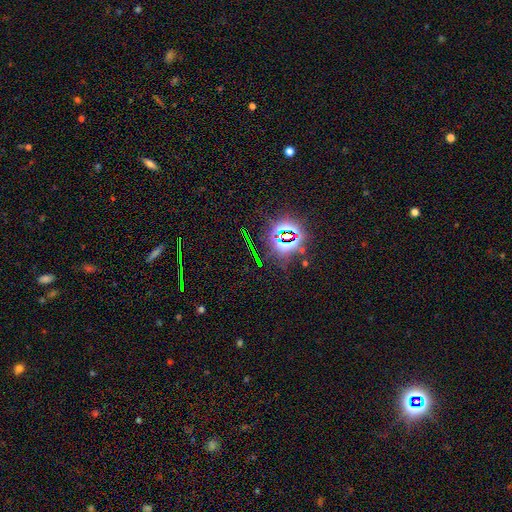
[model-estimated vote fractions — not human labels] Q: Smooth or featured?
A: star or artifact (80%); runner-up: smooth (12%)